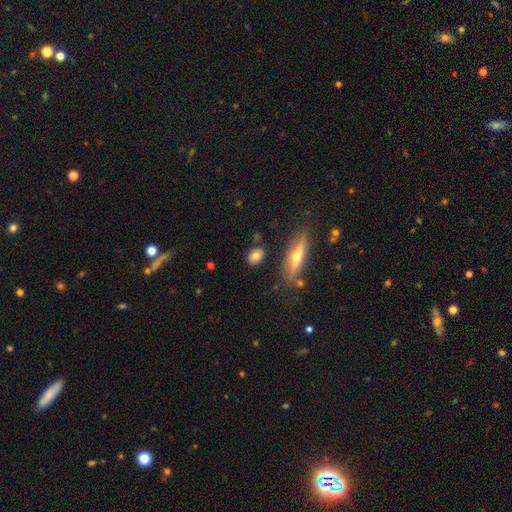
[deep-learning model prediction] Smooth or featured? smooth (73%)
How rounded? in between (72%)
Merging? none (81%)